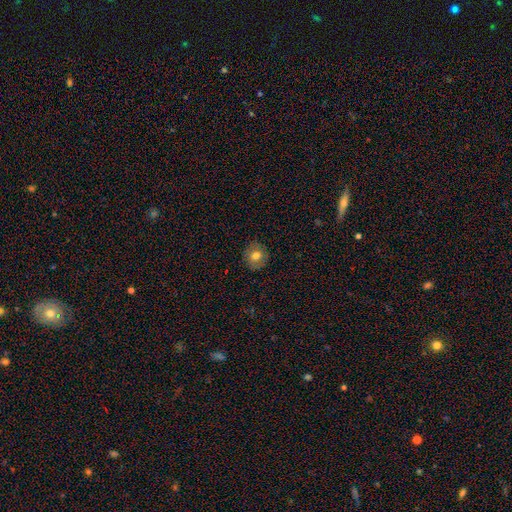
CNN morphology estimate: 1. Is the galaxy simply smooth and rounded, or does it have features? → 74% smooth, 16% featured or disk, 10% star or artifact.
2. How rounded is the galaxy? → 87% round, 12% in between, 1% cigar-shaped.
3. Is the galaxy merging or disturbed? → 88% none, 9% minor disturbance, 2% major disturbance, 1% merger.